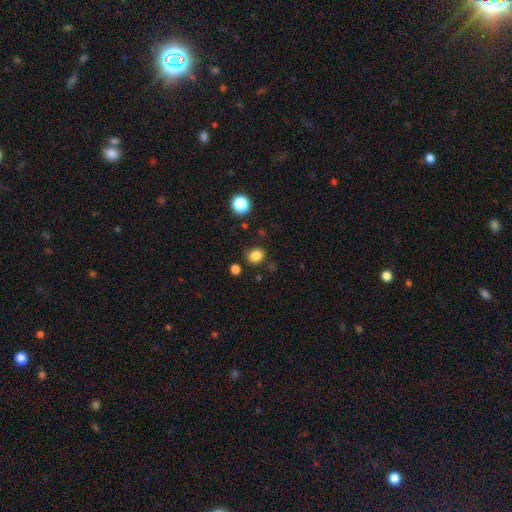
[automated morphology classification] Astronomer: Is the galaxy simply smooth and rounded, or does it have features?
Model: smooth — 83%.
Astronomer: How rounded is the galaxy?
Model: round — 52% (runner-up: in between, 47%).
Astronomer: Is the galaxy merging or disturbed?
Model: none — 81%.